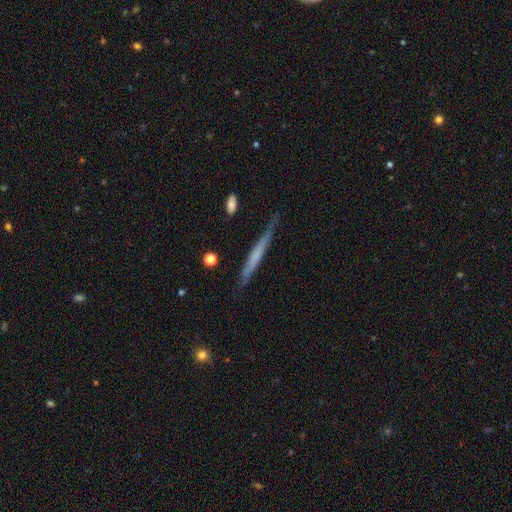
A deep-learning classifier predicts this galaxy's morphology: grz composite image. It shows a featured or disk galaxy (50%). Merging: none (78%).